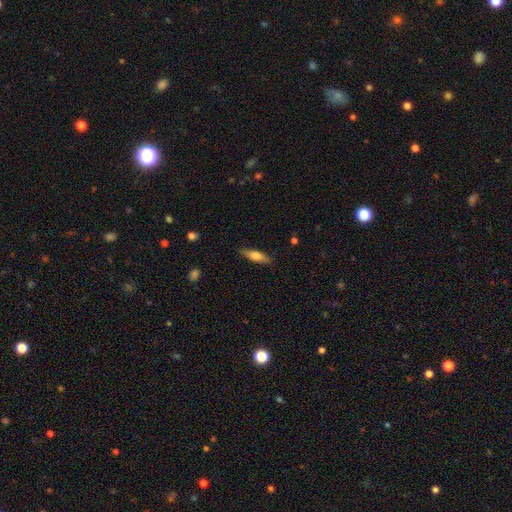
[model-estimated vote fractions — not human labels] smooth_or_featured: smooth (p=0.61) [alt: featured or disk p=0.32]
how_rounded: cigar-shaped (p=0.61) [alt: in between p=0.36]
merging: none (p=0.85) [alt: minor disturbance p=0.11]